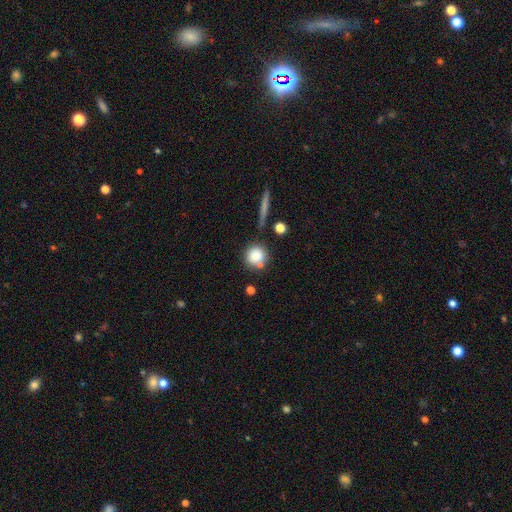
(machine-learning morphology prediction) Overall: smooth (83%). How rounded: round (88%). Merging: none (71%).